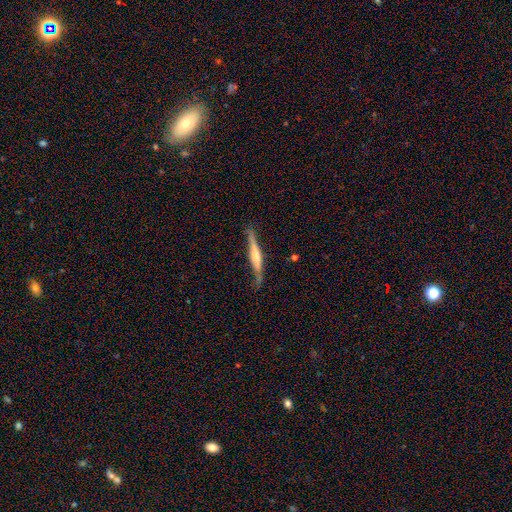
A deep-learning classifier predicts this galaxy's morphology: smooth-or-featured: featured or disk: 61% | smooth: 34% | star or artifact: 5%
  disk-edge-on: yes: 95% | no: 5%
    edge-on-bulge: rounded: 56% | boxy: 26% | none: 18%
  merging: none: 77% | minor disturbance: 17% | major disturbance: 4% | merger: 2%